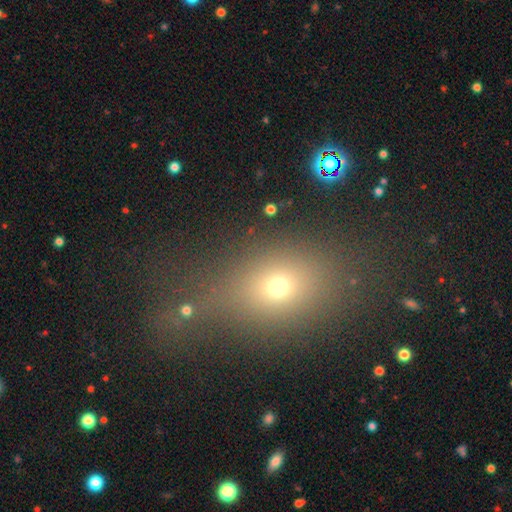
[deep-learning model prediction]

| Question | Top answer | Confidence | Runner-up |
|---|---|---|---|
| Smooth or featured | smooth | 58% | star or artifact (27%) |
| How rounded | in between | 57% | round (38%) |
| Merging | none | 59% | minor disturbance (16%) |